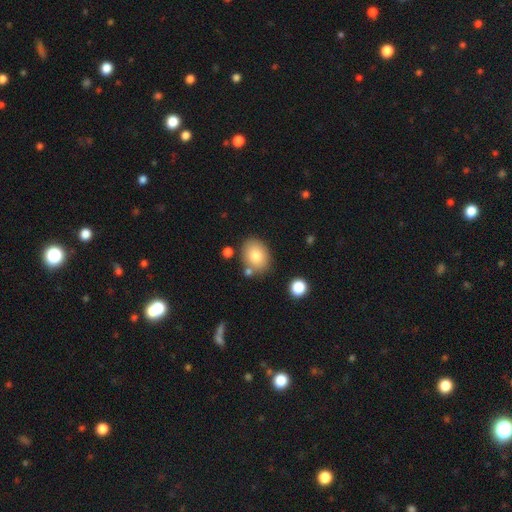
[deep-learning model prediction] Smooth or featured? Predicted: smooth (p=0.80). How rounded? Predicted: in between (p=0.62). Merging? Predicted: none (p=0.76).